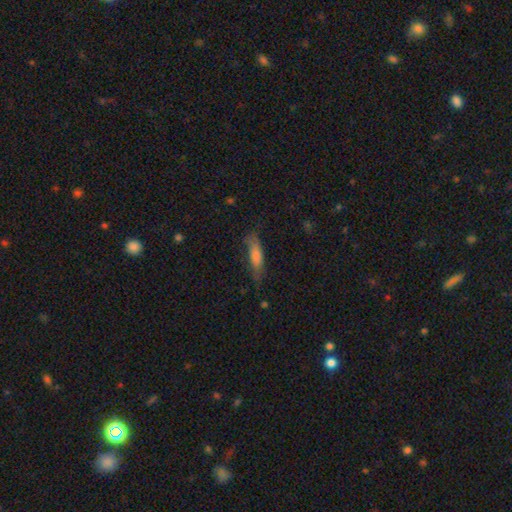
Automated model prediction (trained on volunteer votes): Smooth or featured? Predicted: smooth (p=0.75). How rounded? Predicted: cigar-shaped (p=0.58). Merging? Predicted: none (p=0.56).